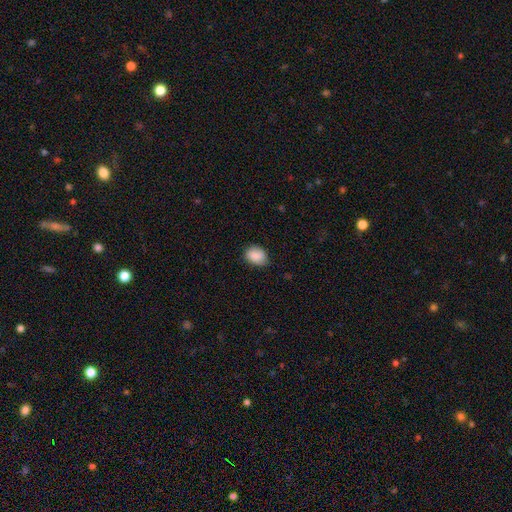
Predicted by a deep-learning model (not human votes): Smooth or featured? Predicted: smooth (p=0.87). How rounded? Predicted: in between (p=0.64). Merging? Predicted: none (p=0.76).